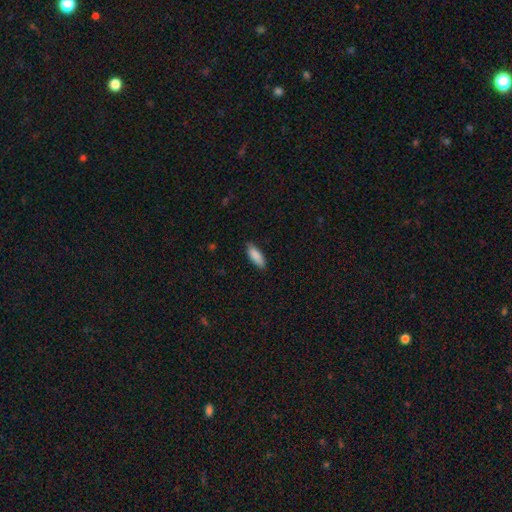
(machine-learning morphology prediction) smooth 88%, star or artifact 6%, featured or disk 6%. Down the decision tree: how rounded — in between (66%); merging — none (85%).